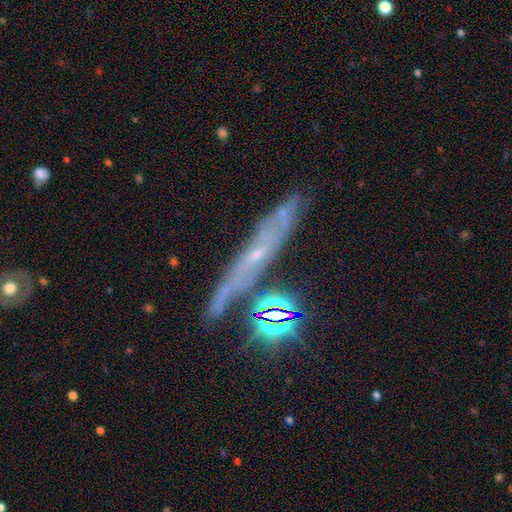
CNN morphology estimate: Smooth or featured? featured or disk (63%)
Edge-on disk? yes (63%)
Merging? none (70%)